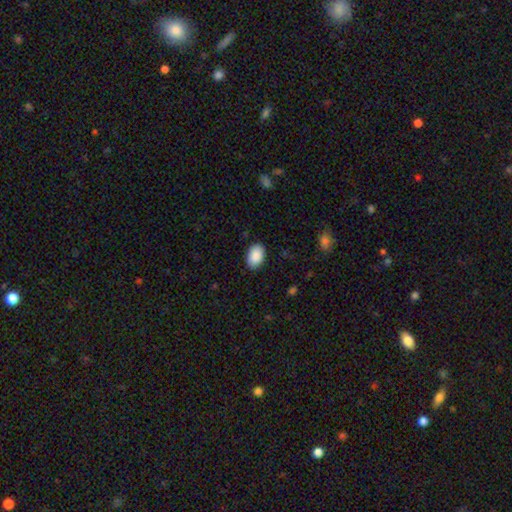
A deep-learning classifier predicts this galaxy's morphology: Smooth or featured? smooth (90%)
How rounded? in between (91%)
Merging? none (88%)